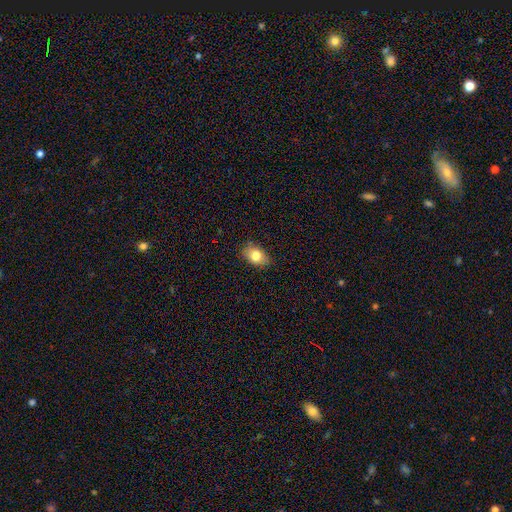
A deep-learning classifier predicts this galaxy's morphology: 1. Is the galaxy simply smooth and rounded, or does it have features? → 80% smooth, 12% featured or disk, 8% star or artifact.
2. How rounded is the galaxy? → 84% in between, 15% round, 2% cigar-shaped.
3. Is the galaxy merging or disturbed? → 82% none, 15% minor disturbance, 3% major disturbance, 1% merger.